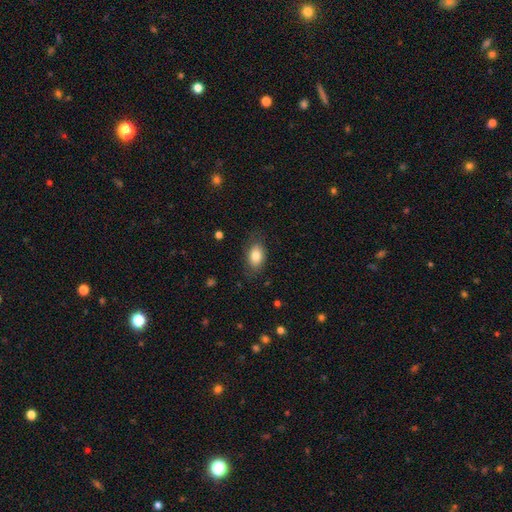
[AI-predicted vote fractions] A smooth galaxy with no disk features (82%) that is in between round and cigar-shaped (86%). Merging: none (79%).